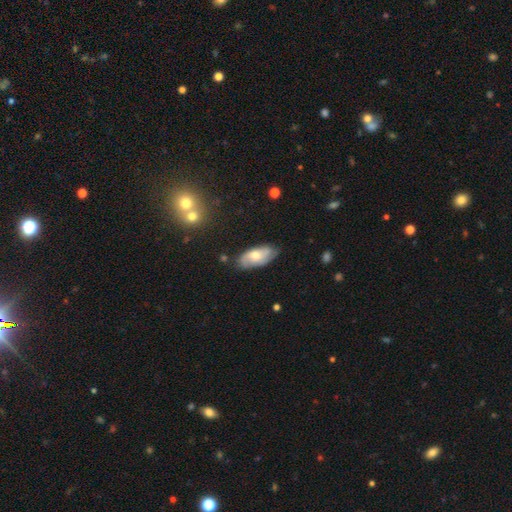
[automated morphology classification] A featured or disk galaxy (54%). Merging: none (74%).